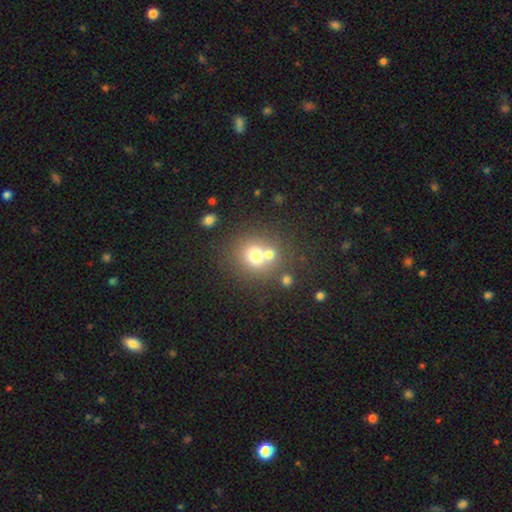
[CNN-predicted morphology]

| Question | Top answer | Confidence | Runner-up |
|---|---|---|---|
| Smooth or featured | smooth | 69% | featured or disk (16%) |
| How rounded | round | 83% | in between (16%) |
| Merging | none | 47% | merger (42%) |